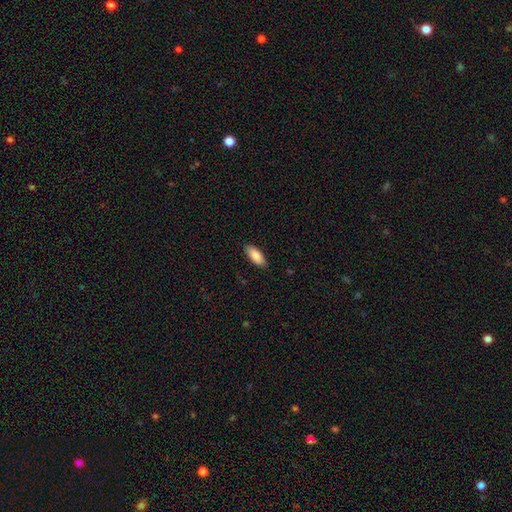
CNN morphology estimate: A smooth galaxy with no disk features (87%) that is in between round and cigar-shaped (83%).

Vote fractions:
- Smooth or featured? smooth: 87% / featured or disk: 7% / star or artifact: 6%
- How rounded? in between: 83% / cigar-shaped: 16% / round: 2%
- Merging? none: 87% / minor disturbance: 10% / major disturbance: 2% / merger: 1%